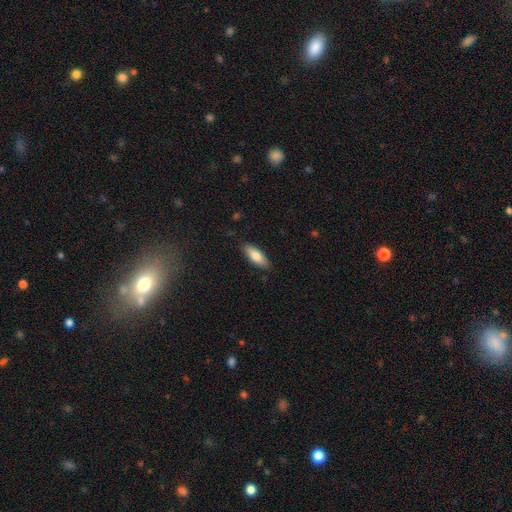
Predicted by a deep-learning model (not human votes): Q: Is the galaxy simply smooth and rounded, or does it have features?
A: smooth — 81%.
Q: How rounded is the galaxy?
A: in between — 68%.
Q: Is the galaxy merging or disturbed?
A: none — 86%.